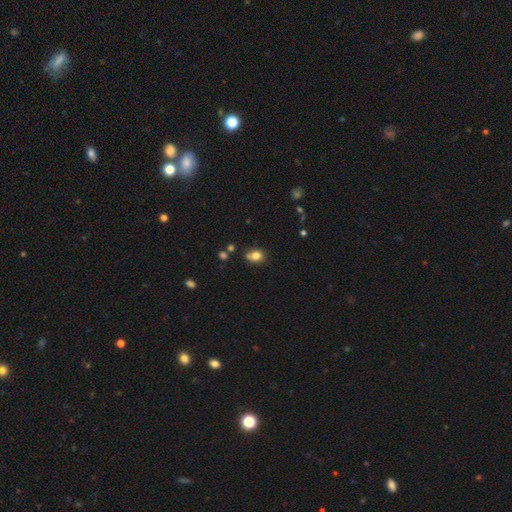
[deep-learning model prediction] This is likely a smooth galaxy (79%). How rounded: possibly round (50%). Merging: possibly none (60%).